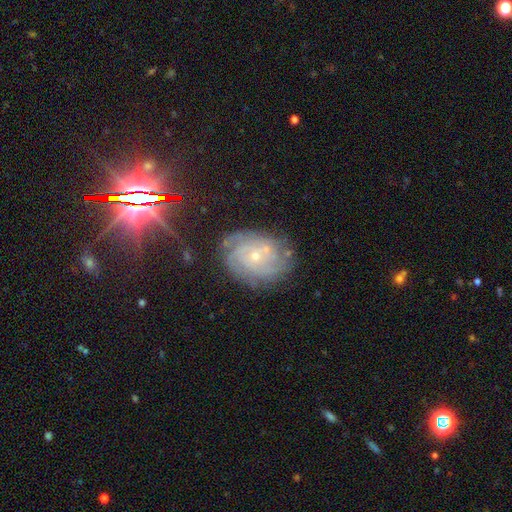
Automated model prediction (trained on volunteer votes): Smooth or featured? featured or disk (77%)
Edge-on disk? no (97%)
Bar? no (79%)
Spiral arms? yes (92%)
Spiral winding? tight (70%)
Spiral arm count? can't tell (38%)
Bulge size? small (78%)
Merging? none (73%)